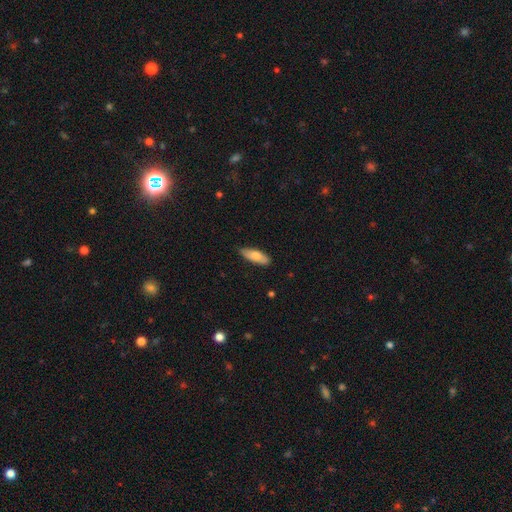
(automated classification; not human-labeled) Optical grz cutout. It shows a smooth galaxy with no disk features (73%) that is in between round and cigar-shaped (61%). Merging: none (85%).